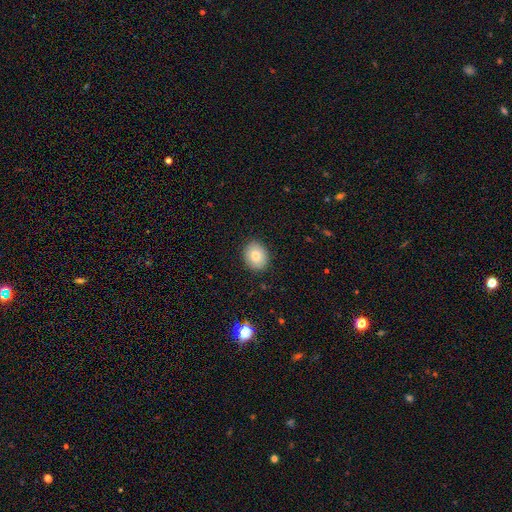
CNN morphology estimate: type=smooth (80%); roundness=round (56%); merging=none (89%).